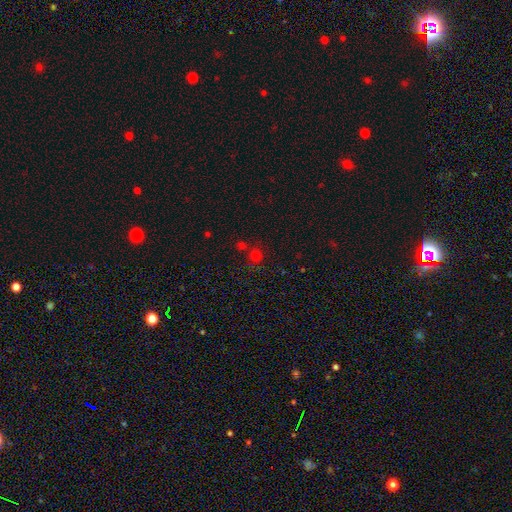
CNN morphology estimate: smooth-or-featured: smooth: 61% | star or artifact: 32% | featured or disk: 7%
  how-rounded: round: 87% | in between: 12% | cigar-shaped: 1%
  merging: none: 65% | merger: 21% | minor disturbance: 9% | major disturbance: 4%